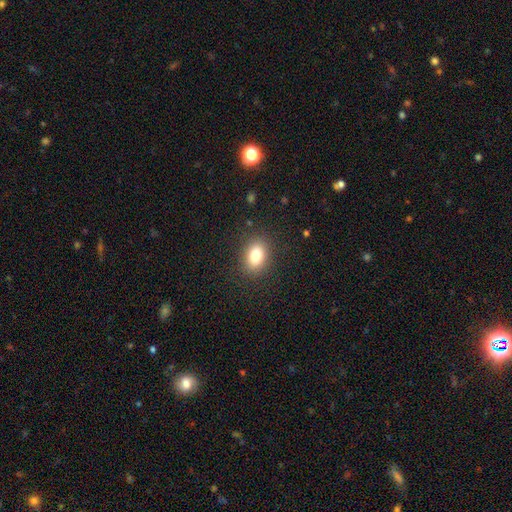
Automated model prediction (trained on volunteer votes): Smooth or featured?
  - smooth: 81% *
  - star or artifact: 10%
  - featured or disk: 9%
How rounded?
  - in between: 72% *
  - round: 27%
  - cigar-shaped: 1%
Merging?
  - none: 87% *
  - minor disturbance: 9%
  - major disturbance: 3%
  - merger: 1%